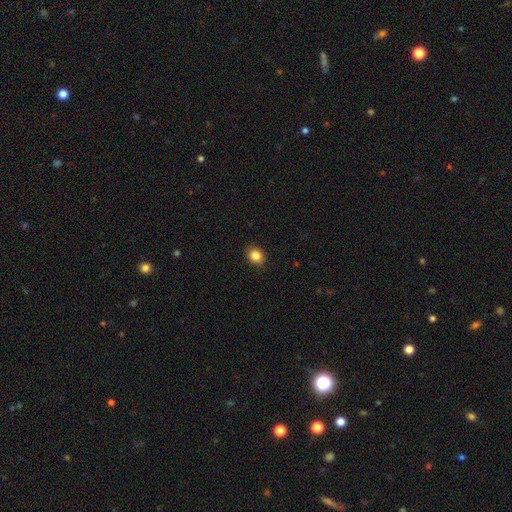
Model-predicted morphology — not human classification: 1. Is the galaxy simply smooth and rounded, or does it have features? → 85% smooth, 10% star or artifact, 5% featured or disk.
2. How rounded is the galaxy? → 61% round, 38% in between, 1% cigar-shaped.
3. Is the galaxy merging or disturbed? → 90% none, 7% minor disturbance, 2% major disturbance, 1% merger.